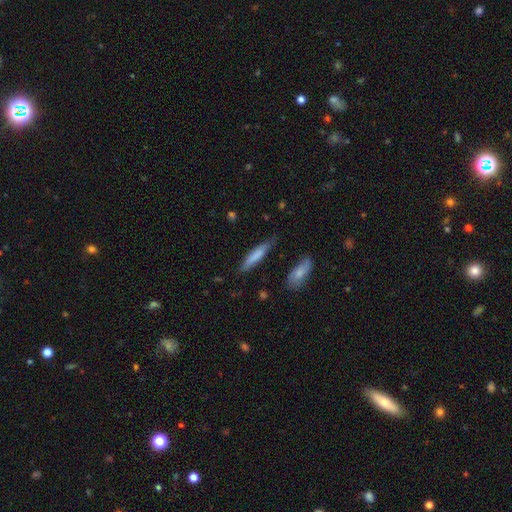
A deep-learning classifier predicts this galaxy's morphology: type=smooth (75%); roundness=cigar-shaped (83%); merging=none (74%).